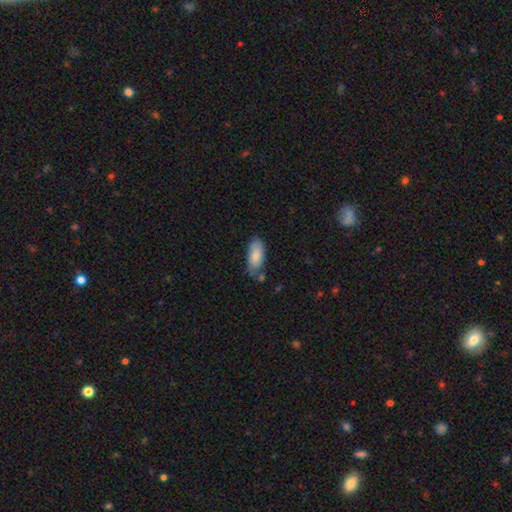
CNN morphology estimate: Smooth or featured? Predicted: smooth (p=0.77). How rounded? Predicted: in between (p=0.88). Merging? Predicted: none (p=0.61).